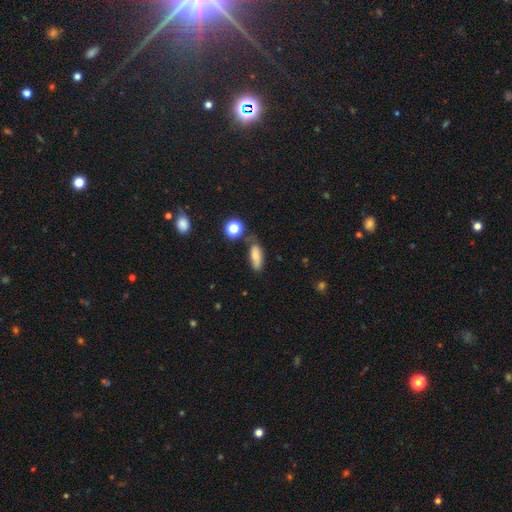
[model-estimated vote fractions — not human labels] Overall: smooth (72%). How rounded: in between (75%). Merging: none (61%; minor disturbance 25%).